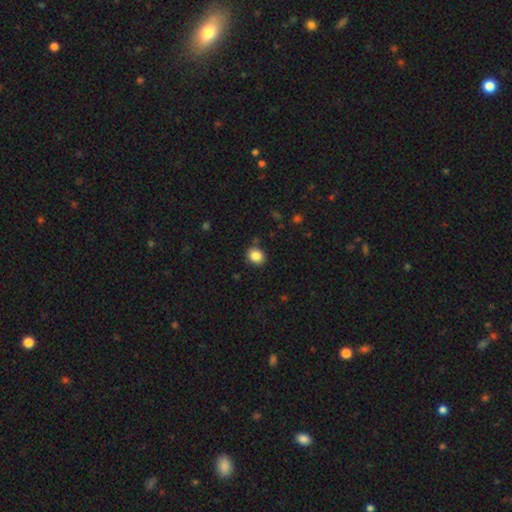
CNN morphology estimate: Smooth or featured: smooth — 86% (star or artifact — 9%)
How rounded: round — 65% (in between — 34%)
Merging: none — 86% (minor disturbance — 9%)